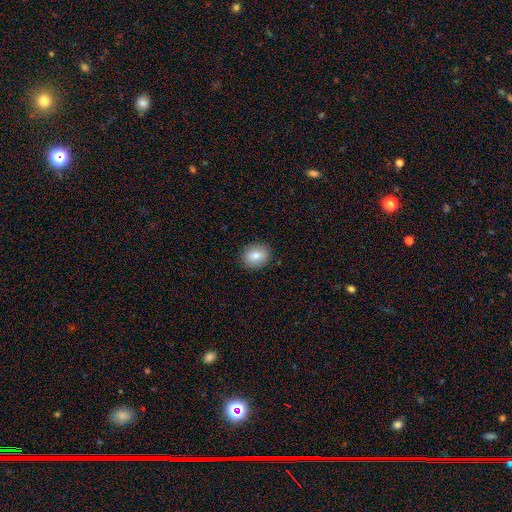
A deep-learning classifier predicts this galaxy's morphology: Smooth or featured? smooth (81%)
How rounded? round (54%)
Merging? none (89%)